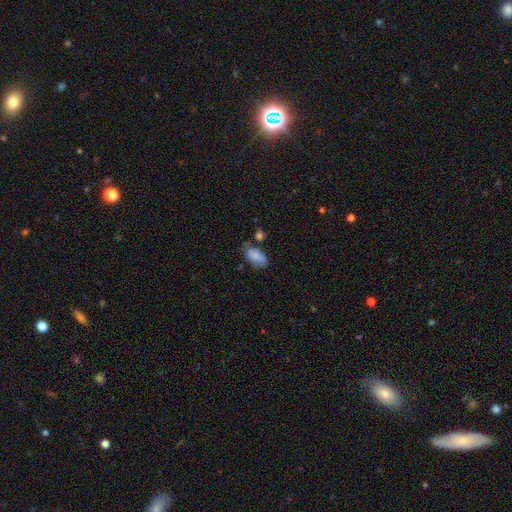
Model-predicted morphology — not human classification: A smooth galaxy with no disk features (81%) that is in between round and cigar-shaped (93%). Merging: none (51%).